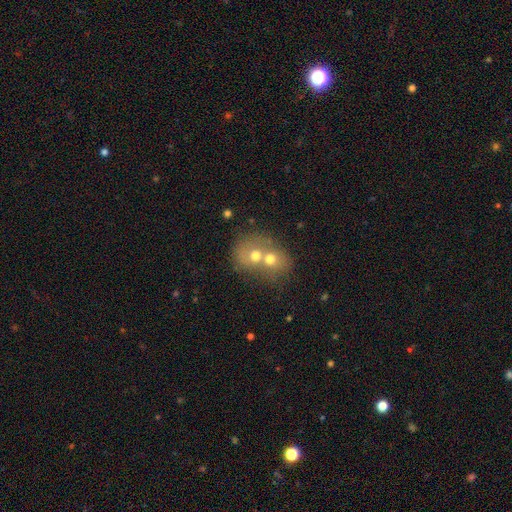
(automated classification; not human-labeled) smooth-or-featured: smooth: 55% | featured or disk: 29% | star or artifact: 16%
  how-rounded: round: 66% | in between: 33% | cigar-shaped: 1%
  merging: merger: 72% | none: 20% | minor disturbance: 5% | major disturbance: 3%